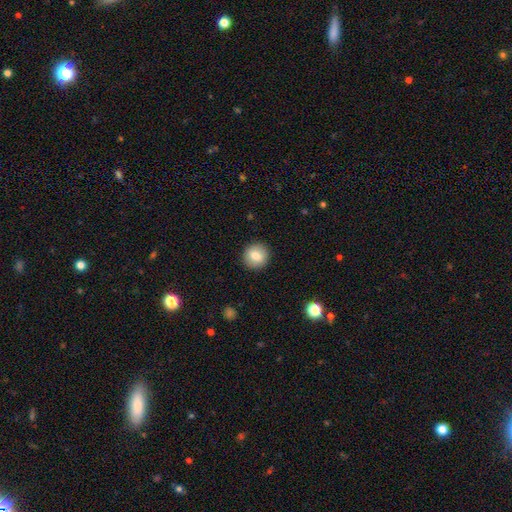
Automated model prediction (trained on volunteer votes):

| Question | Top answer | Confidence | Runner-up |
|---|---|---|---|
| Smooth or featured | smooth | 80% | featured or disk (11%) |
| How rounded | round | 92% | in between (7%) |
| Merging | none | 92% | minor disturbance (5%) |